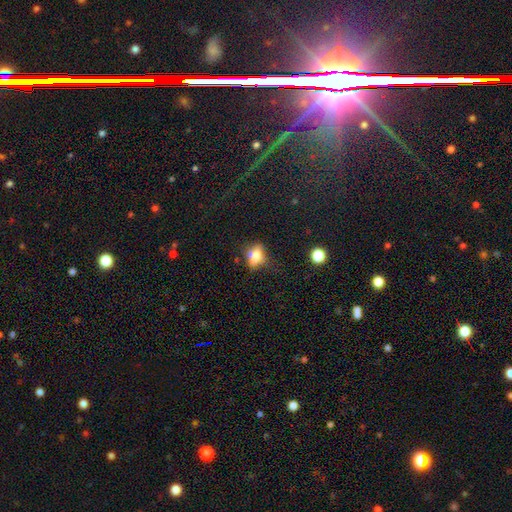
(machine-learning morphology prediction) Smooth or featured?
  - smooth: 61% *
  - featured or disk: 25%
  - star or artifact: 14%
How rounded?
  - in between: 60% *
  - round: 35%
  - cigar-shaped: 5%
Merging?
  - none: 56% *
  - minor disturbance: 25%
  - major disturbance: 12%
  - merger: 6%